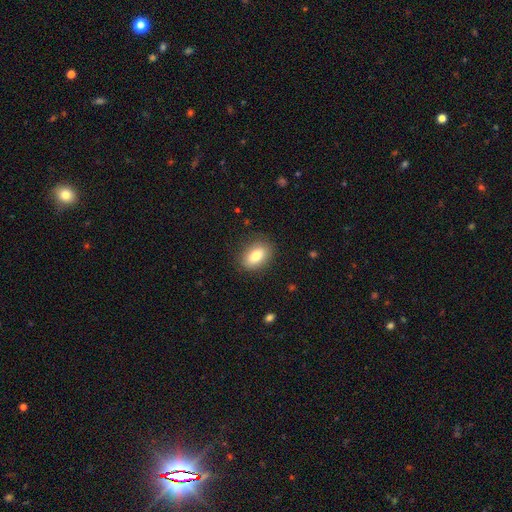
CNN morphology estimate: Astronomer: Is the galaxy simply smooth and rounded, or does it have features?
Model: smooth — 81%.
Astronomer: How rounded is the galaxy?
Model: in between — 85%.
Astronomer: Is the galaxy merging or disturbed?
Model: none — 85%.